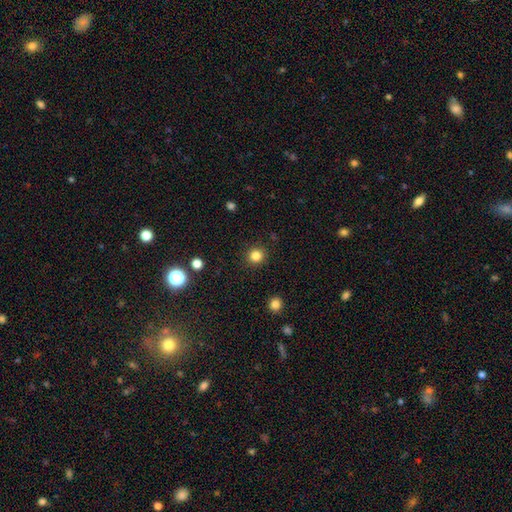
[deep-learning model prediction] Smooth or featured?
  - smooth: 83% *
  - star or artifact: 13%
  - featured or disk: 4%
How rounded?
  - round: 92% *
  - in between: 7%
  - cigar-shaped: 1%
Merging?
  - none: 91% *
  - minor disturbance: 6%
  - major disturbance: 2%
  - merger: 1%